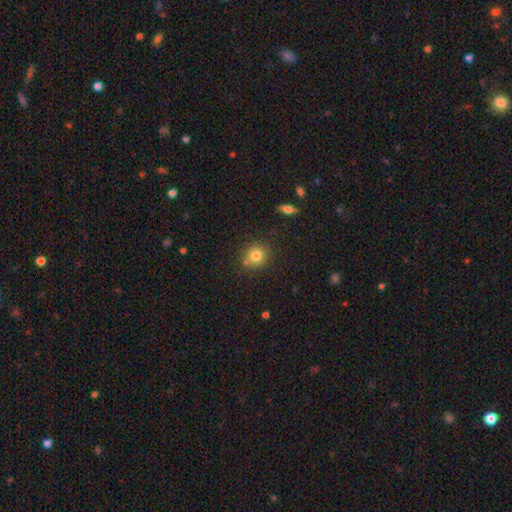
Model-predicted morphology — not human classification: smooth-or-featured: smooth: 80% | star or artifact: 12% | featured or disk: 8%
  how-rounded: round: 89% | in between: 10% | cigar-shaped: 1%
  merging: none: 76% | minor disturbance: 11% | merger: 10% | major disturbance: 3%